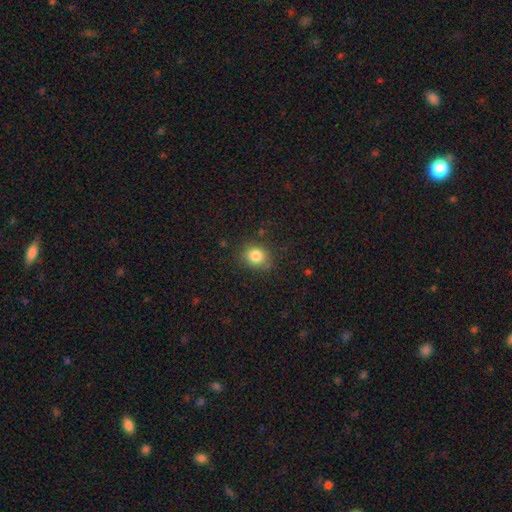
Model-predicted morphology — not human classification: This appears to be a smooth galaxy with no disk features (83%) that is round (69%). Merging: none (81%).